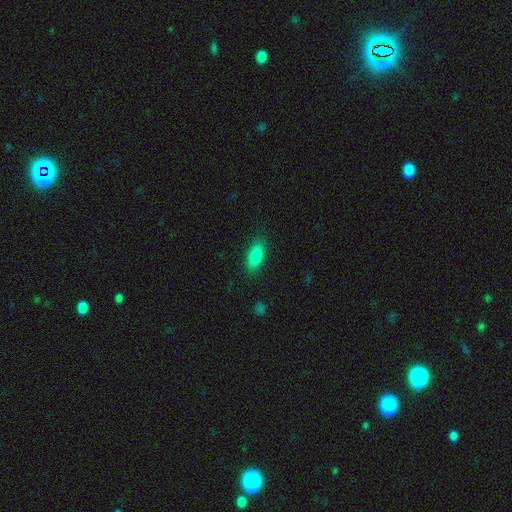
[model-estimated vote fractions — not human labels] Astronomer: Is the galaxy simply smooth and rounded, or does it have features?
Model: smooth — 85%.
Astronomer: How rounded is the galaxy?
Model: in between — 85%.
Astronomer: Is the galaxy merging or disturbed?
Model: none — 85%.